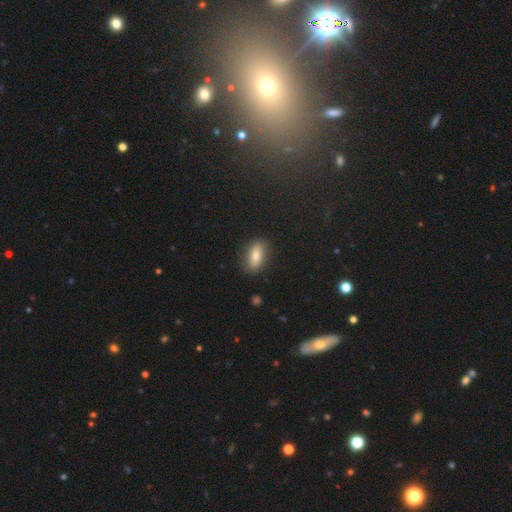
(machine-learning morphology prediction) This is likely a smooth galaxy (71%). How rounded: clearly in between (81%). Merging: clearly none (82%).